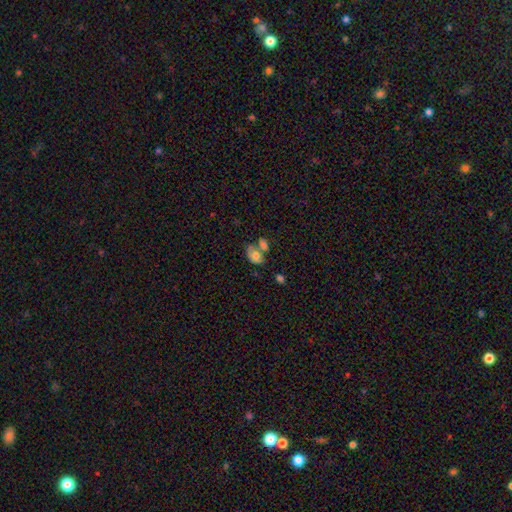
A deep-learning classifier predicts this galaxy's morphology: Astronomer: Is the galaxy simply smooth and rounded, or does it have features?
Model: smooth — 69%.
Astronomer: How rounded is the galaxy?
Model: in between — 80%.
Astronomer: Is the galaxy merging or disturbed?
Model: merger — 47% (runner-up: none, 26%).